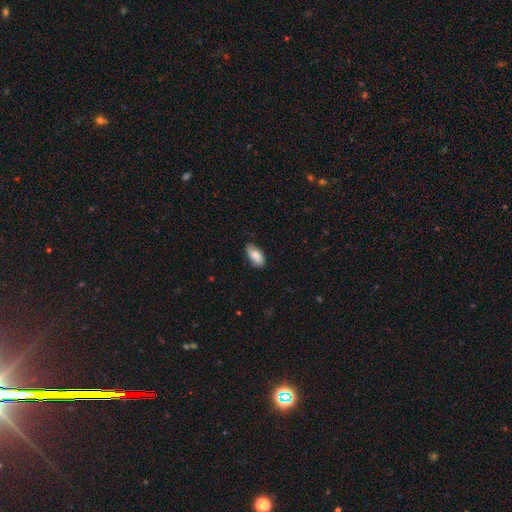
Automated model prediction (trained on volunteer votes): Smooth or featured? smooth (83%)
How rounded? in between (92%)
Merging? none (75%)